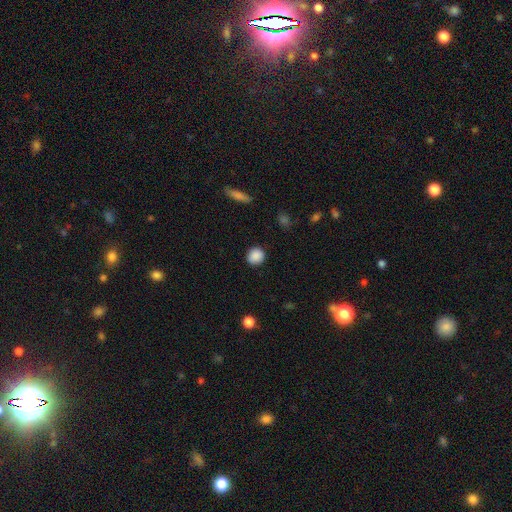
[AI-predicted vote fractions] Overall: smooth (88%). How rounded: round (88%). Merging: none (90%).